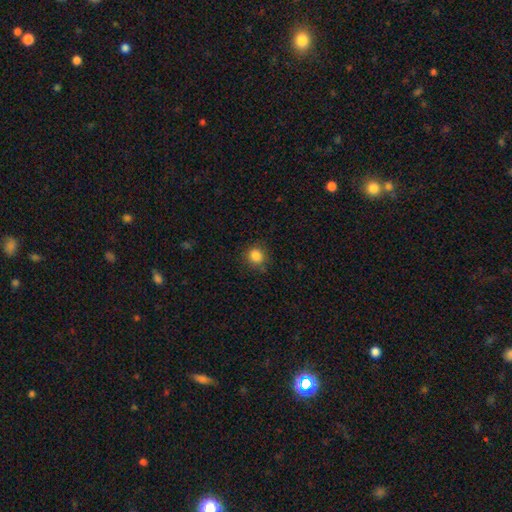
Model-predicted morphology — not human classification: The model was most divided on "how rounded": round: 82%, in between: 17%, cigar-shaped: 1%. More confident: smooth or featured — smooth (85%); merging — none (83%).